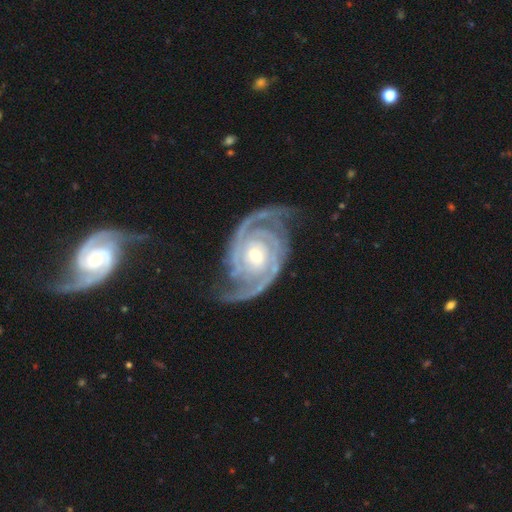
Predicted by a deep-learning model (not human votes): featured or disk 93%, star or artifact 4%, smooth 3%. Down the decision tree: edge-on disk — no (97%); bar — no (68%); spiral arms — yes (99%); spiral arm count — 2 (71%); spiral winding — tight (64%); bulge size — small (54%); merging — none (72%).